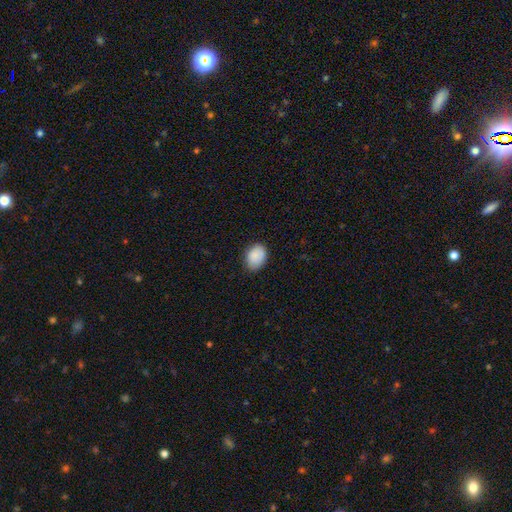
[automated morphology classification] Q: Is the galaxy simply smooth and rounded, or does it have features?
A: smooth — 88%.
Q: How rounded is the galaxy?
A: in between — 73%.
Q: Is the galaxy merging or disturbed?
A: none — 77%.